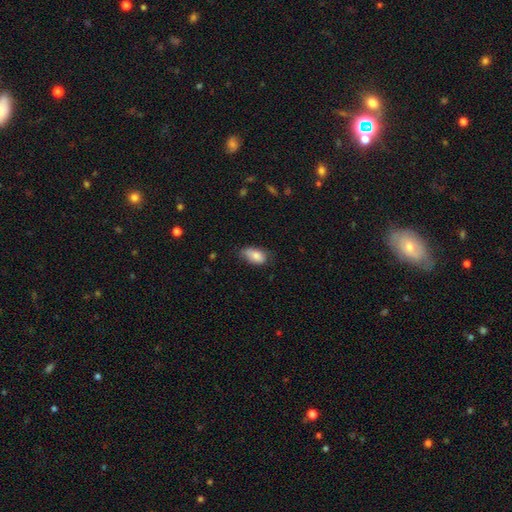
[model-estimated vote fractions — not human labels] A smooth galaxy with no disk features (82%) that is in between round and cigar-shaped (92%). Merging: none (54%).